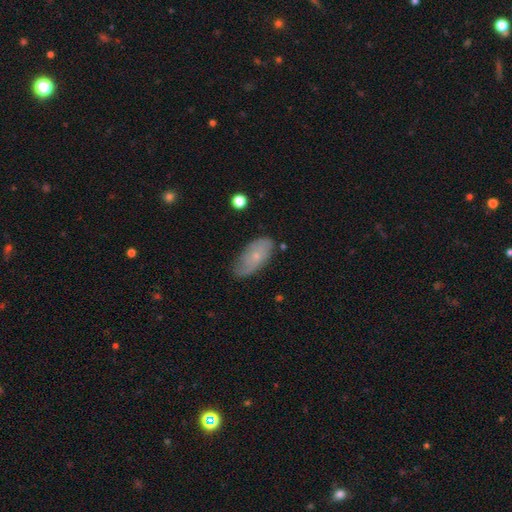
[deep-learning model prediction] A smooth galaxy with no disk features (54%) that is in between round and cigar-shaped (88%).

Vote fractions:
- Smooth or featured? smooth: 54% / featured or disk: 38% / star or artifact: 7%
- How rounded? in between: 88% / cigar-shaped: 9% / round: 3%
- Merging? none: 69% / minor disturbance: 25% / major disturbance: 5% / merger: 2%